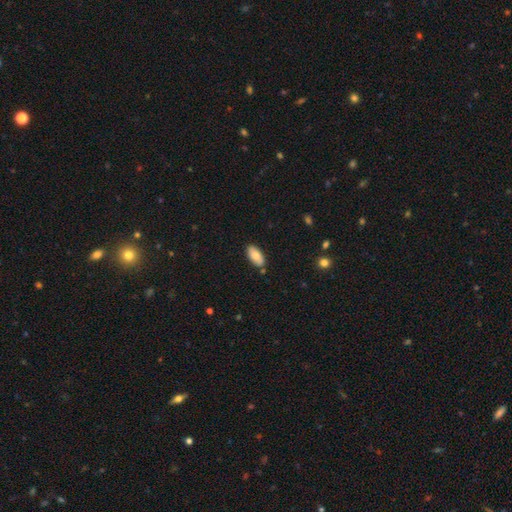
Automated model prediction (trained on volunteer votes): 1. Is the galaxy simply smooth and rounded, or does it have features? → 80% smooth, 13% featured or disk, 6% star or artifact.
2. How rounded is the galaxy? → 93% in between, 5% cigar-shaped, 2% round.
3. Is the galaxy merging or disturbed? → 83% none, 12% minor disturbance, 3% merger, 2% major disturbance.